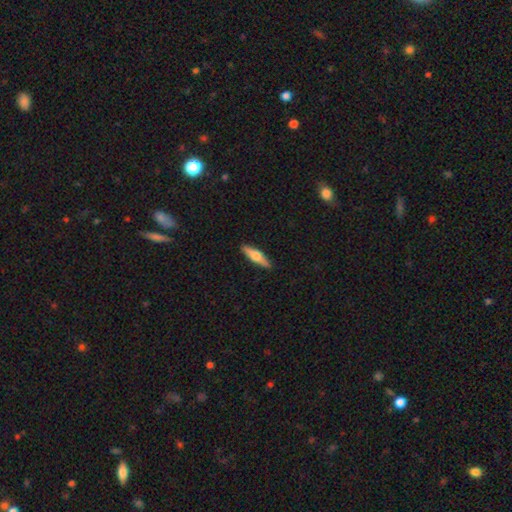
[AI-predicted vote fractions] Smooth or featured? Predicted: featured or disk (p=0.48). Merging? Predicted: none (p=0.91).